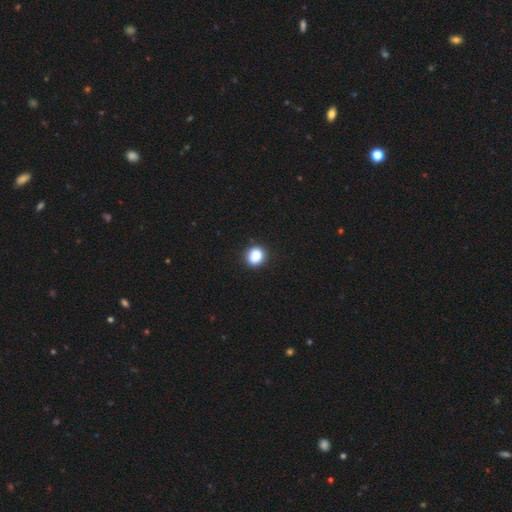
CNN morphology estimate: Smooth or featured?
  - smooth: 86% *
  - star or artifact: 10%
  - featured or disk: 4%
How rounded?
  - round: 80% *
  - in between: 19%
  - cigar-shaped: 1%
Merging?
  - none: 86% *
  - minor disturbance: 10%
  - major disturbance: 2%
  - merger: 1%